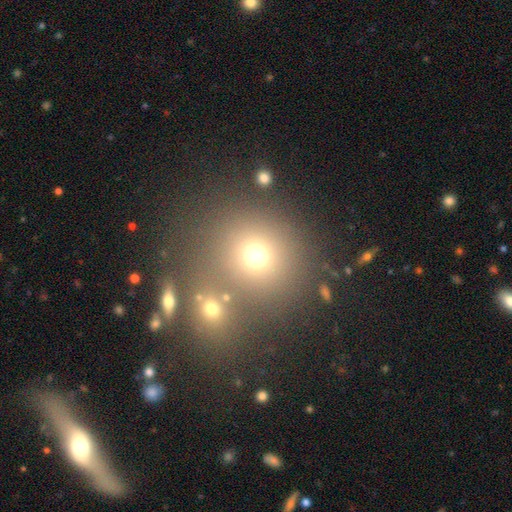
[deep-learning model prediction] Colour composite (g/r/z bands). It shows a smooth galaxy with no disk features (69%) that is round (89%). Merging: none (61%).